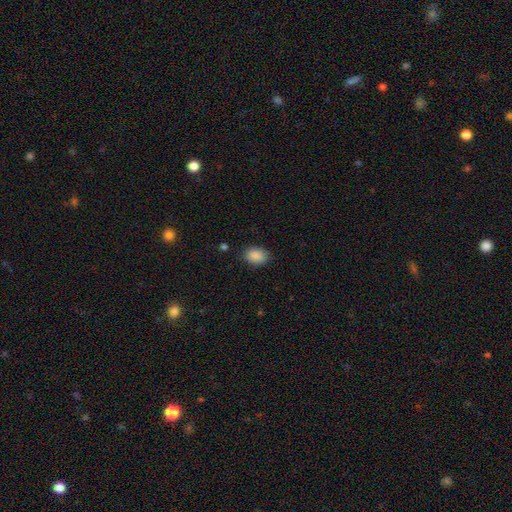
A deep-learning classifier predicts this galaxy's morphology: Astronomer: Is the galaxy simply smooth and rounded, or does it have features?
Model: smooth — 89%.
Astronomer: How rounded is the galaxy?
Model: in between — 76%.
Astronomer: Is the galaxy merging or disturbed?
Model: none — 84%.